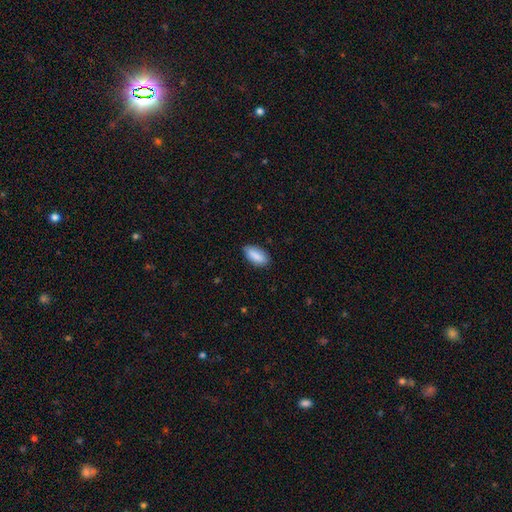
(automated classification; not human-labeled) This appears to be a smooth galaxy with no disk features (88%) that is in between round and cigar-shaped (90%). Merging: none (84%).